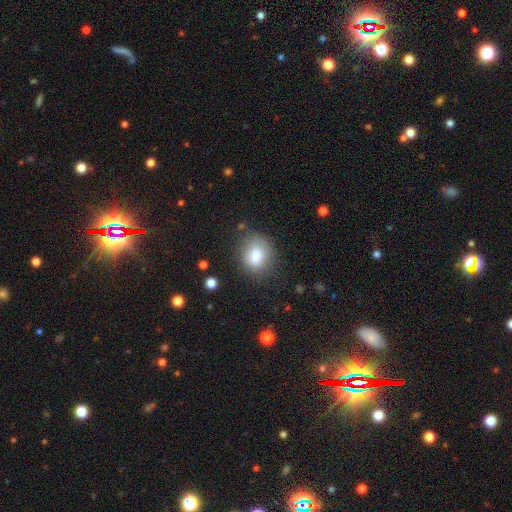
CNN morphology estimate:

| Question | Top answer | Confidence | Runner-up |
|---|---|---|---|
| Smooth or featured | smooth | 81% | featured or disk (10%) |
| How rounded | round | 53% | in between (46%) |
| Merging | none | 75% | minor disturbance (17%) |